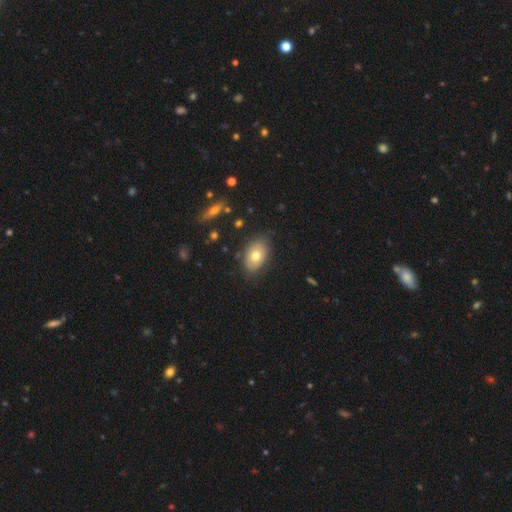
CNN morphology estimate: Smooth or featured? Predicted: smooth (p=0.70). How rounded? Predicted: in between (p=0.90). Merging? Predicted: none (p=0.80).